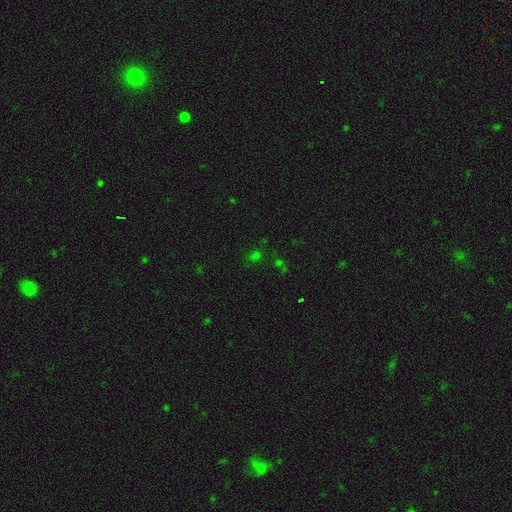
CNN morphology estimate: The model was most divided on "smooth or featured": star or artifact: 50%, smooth: 42%, featured or disk: 8%.